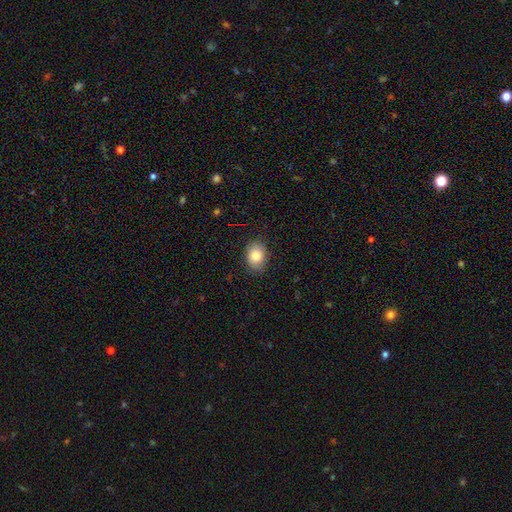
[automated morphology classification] smooth 84%, star or artifact 8%, featured or disk 8%. Down the decision tree: how rounded — in between (64%); merging — none (86%).